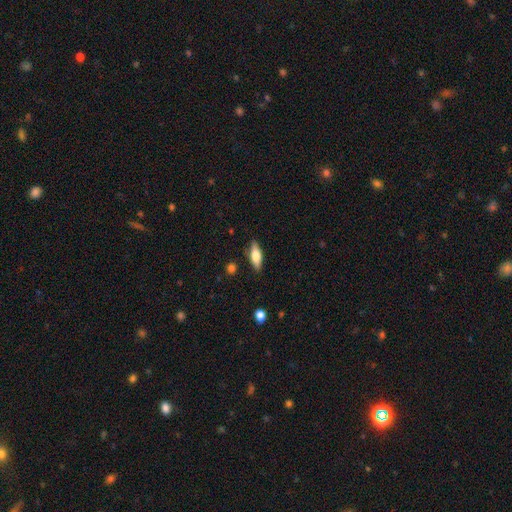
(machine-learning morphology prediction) A smooth galaxy with no disk features (62%) that is in between round and cigar-shaped (62%).

Vote fractions:
- Smooth or featured? smooth: 62% / featured or disk: 32% / star or artifact: 7%
- How rounded? in between: 62% / cigar-shaped: 36% / round: 3%
- Merging? none: 85% / minor disturbance: 11% / major disturbance: 2% / merger: 2%